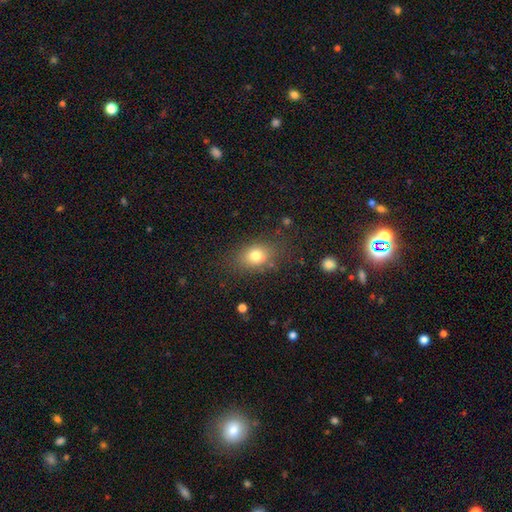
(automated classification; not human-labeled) smooth_or_featured: smooth (p=0.78) [alt: star or artifact p=0.11]
how_rounded: in between (p=0.66) [alt: round p=0.32]
merging: none (p=0.76) [alt: minor disturbance p=0.15]